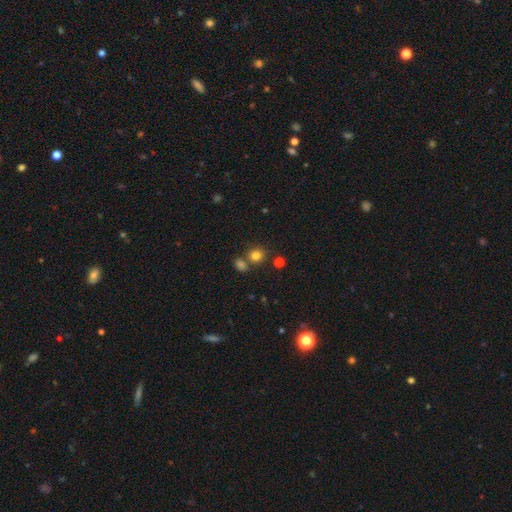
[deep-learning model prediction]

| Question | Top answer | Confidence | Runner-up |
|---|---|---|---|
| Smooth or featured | smooth | 80% | star or artifact (14%) |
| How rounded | round | 80% | in between (19%) |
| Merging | none | 67% | merger (19%) |